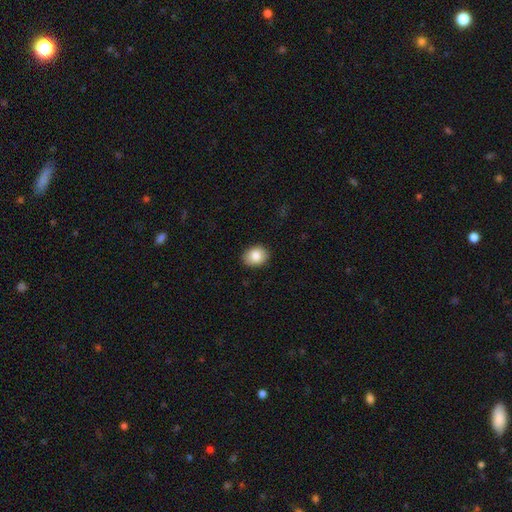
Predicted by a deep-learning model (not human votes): A smooth galaxy with no disk features (85%) that is in between round and cigar-shaped (57%).

Vote fractions:
- Smooth or featured? smooth: 85% / star or artifact: 8% / featured or disk: 7%
- How rounded? in between: 57% / round: 42% / cigar-shaped: 1%
- Merging? none: 88% / minor disturbance: 9% / major disturbance: 2% / merger: 1%